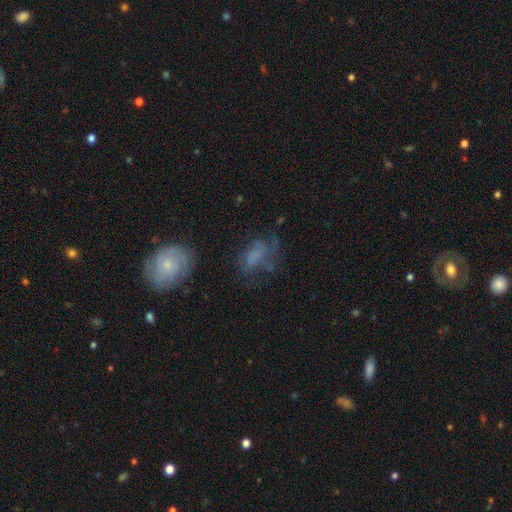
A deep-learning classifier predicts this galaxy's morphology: type=smooth (44%); merging=none (44%).